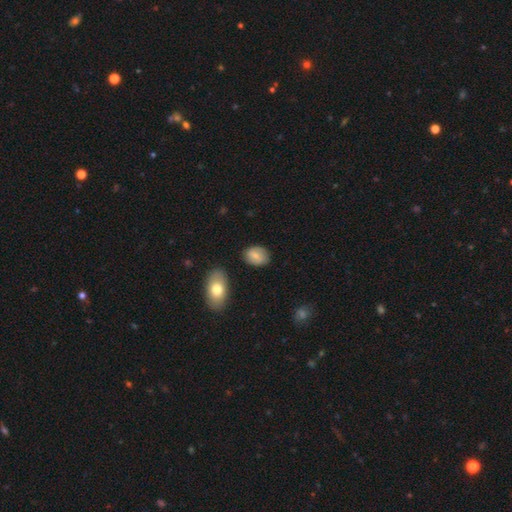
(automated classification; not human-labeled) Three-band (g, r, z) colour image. It shows a smooth galaxy with no disk features (73%) that is in between round and cigar-shaped (75%). Merging: none (80%).